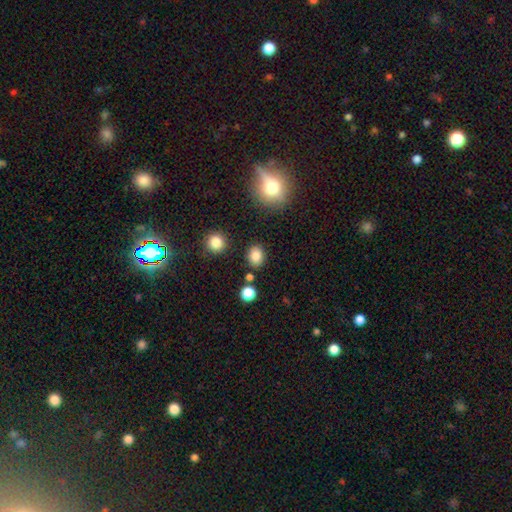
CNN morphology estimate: Overall: smooth (84%). How rounded: round (53%; in between 46%). Merging: none (85%).